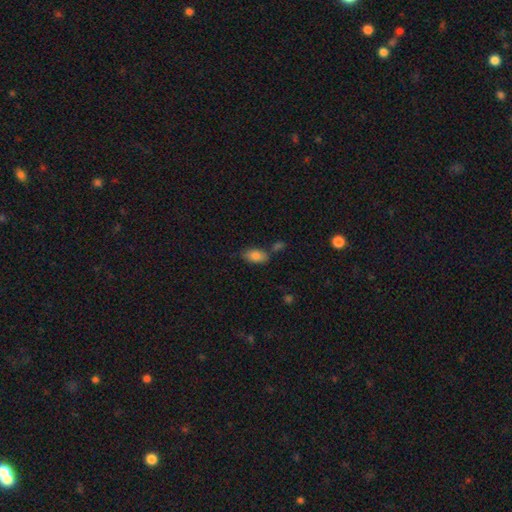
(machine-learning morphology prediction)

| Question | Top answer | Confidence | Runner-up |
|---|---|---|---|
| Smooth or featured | smooth | 84% | star or artifact (8%) |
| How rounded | in between | 92% | round (4%) |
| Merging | none | 66% | minor disturbance (15%) |